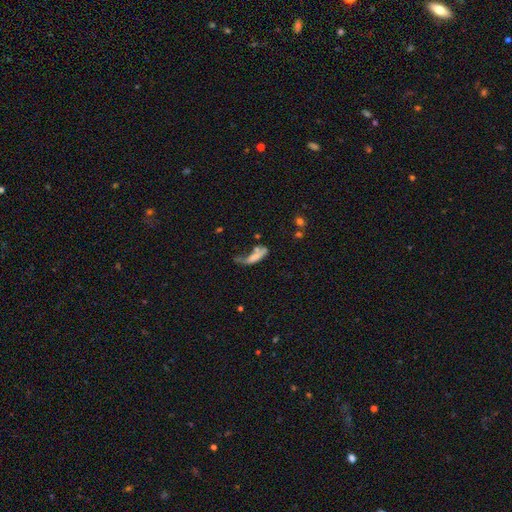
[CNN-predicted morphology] Smooth or featured: smooth — 58% (featured or disk — 30%)
How rounded: in between — 49% (cigar-shaped — 47%)
Merging: major disturbance — 39% (merger — 23%)